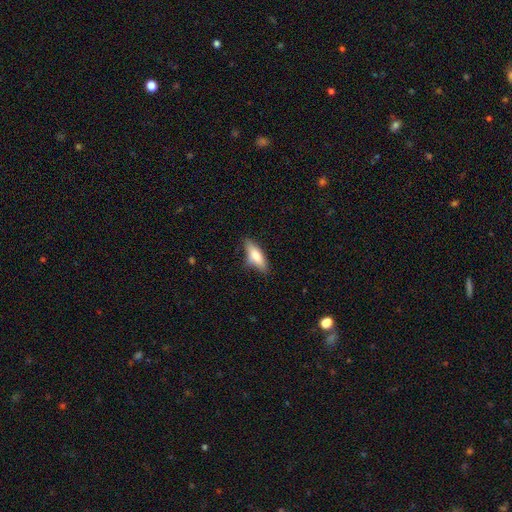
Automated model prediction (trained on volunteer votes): Morphology: type=smooth (71%); roundness=in between (56%); merging=none (74%).